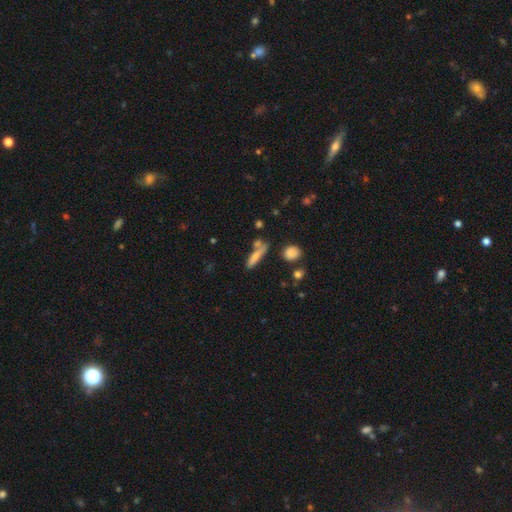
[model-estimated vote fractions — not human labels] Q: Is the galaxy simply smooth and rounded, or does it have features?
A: smooth — 68%.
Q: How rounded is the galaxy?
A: cigar-shaped — 78%.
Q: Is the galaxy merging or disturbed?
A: none — 59%.